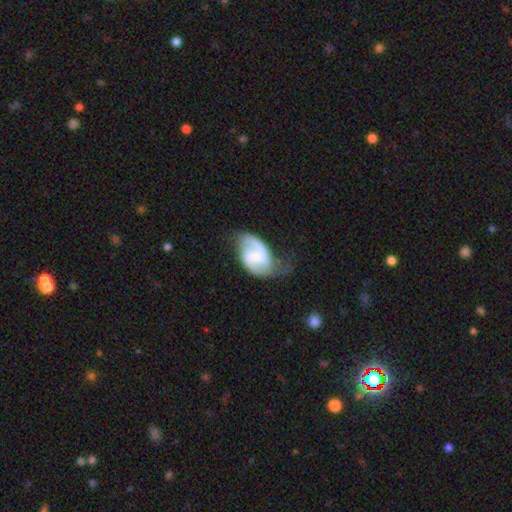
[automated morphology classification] smooth-or-featured: featured or disk: 74% | smooth: 20% | star or artifact: 6%
  disk-edge-on: no: 97% | yes: 3%
    bar: weak: 50% | no: 32% | strong: 18%
    has-spiral-arms: yes: 93% | no: 7%
      spiral-winding: medium: 45% | loose: 40% | tight: 15%
      spiral-arm-count: 2: 86% | can't tell: 6% | 1: 5% | 3: 1% | 4: 1% | more than 4: 1%
    bulge-size: small: 46% | moderate: 26% | none: 22% | large: 5% | dominant: 2%
  merging: none: 47% | minor disturbance: 30% | major disturbance: 20% | merger: 2%